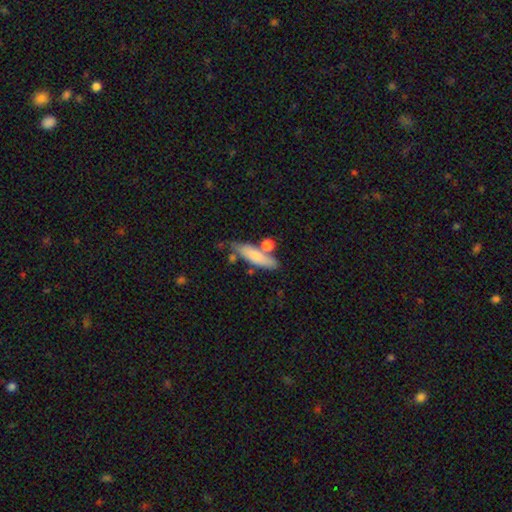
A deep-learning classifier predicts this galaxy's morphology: smooth_or_featured: smooth (p=0.73) [alt: featured or disk p=0.21]
how_rounded: cigar-shaped (p=0.63) [alt: in between p=0.34]
merging: none (p=0.60) [alt: merger p=0.18]